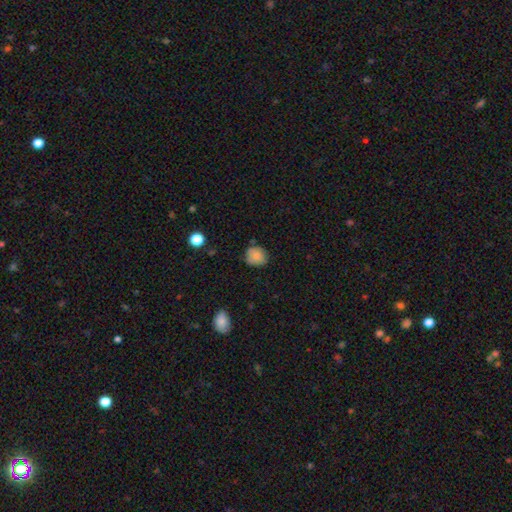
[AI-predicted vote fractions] This is clearly a smooth galaxy (85%). How rounded: likely round (72%). Merging: likely none (73%).